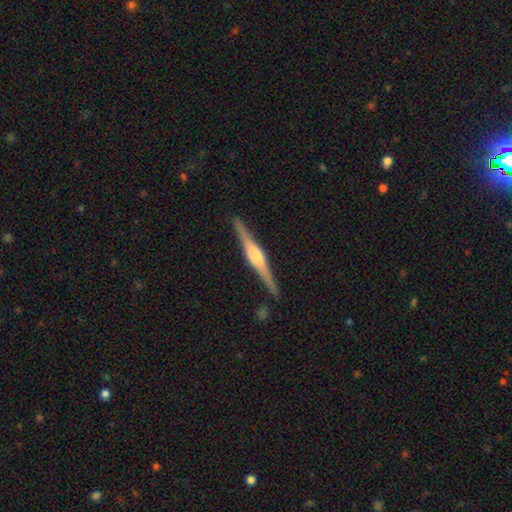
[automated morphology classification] This is clearly a featured or disk galaxy (82%). It is clearly viewed edge-on (98%). Edge-on bulge: likely rounded (67%). Merging: clearly none (89%).